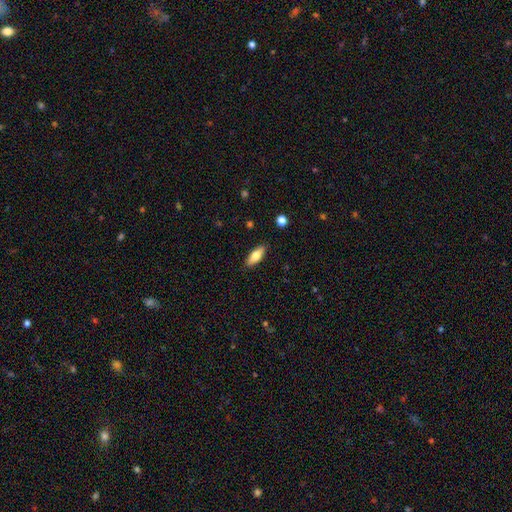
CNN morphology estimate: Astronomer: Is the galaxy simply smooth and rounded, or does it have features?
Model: smooth — 70%.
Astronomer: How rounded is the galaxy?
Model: in between — 67%.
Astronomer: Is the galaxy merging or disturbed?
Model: none — 89%.